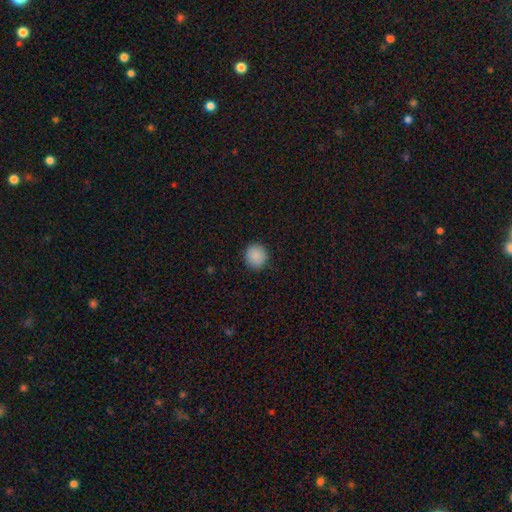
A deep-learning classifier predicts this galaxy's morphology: This appears to be a smooth galaxy with no disk features (89%) that is round (89%). Merging: none (90%).